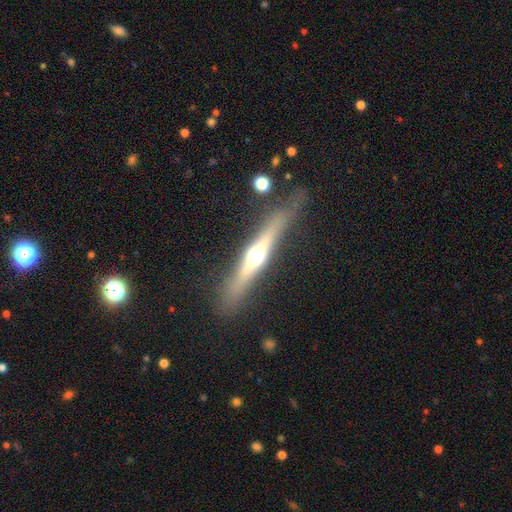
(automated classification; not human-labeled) This appears to be a featured or disk galaxy (68%) viewed edge-on (96%) with a rounded central bulge (91%). Merging: none (79%).